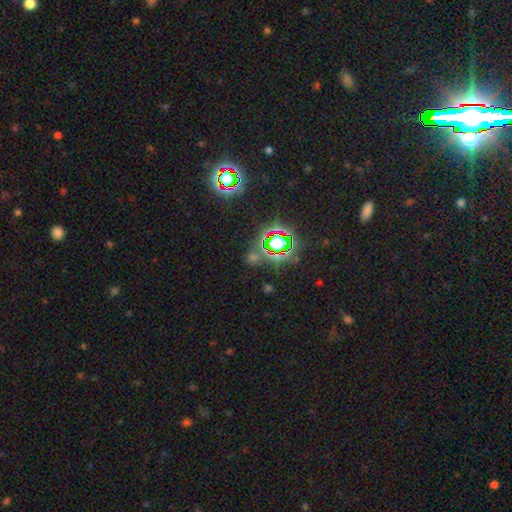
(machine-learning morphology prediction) The model was most divided on "smooth or featured": star or artifact: 71%, smooth: 21%, featured or disk: 8%.